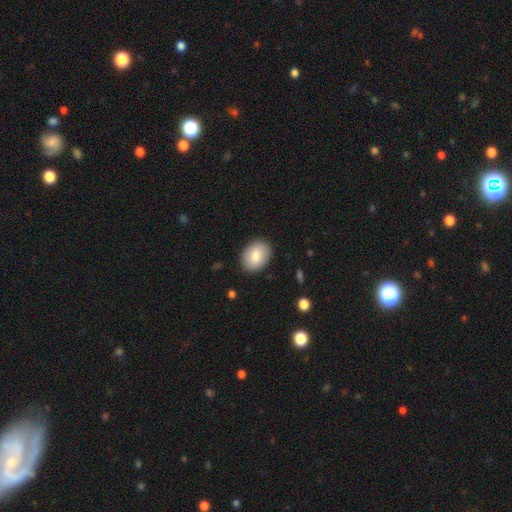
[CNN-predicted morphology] smooth-or-featured: smooth: 81% | featured or disk: 12% | star or artifact: 6%
  how-rounded: in between: 75% | round: 24% | cigar-shaped: 1%
  merging: none: 88% | minor disturbance: 9% | major disturbance: 2% | merger: 1%